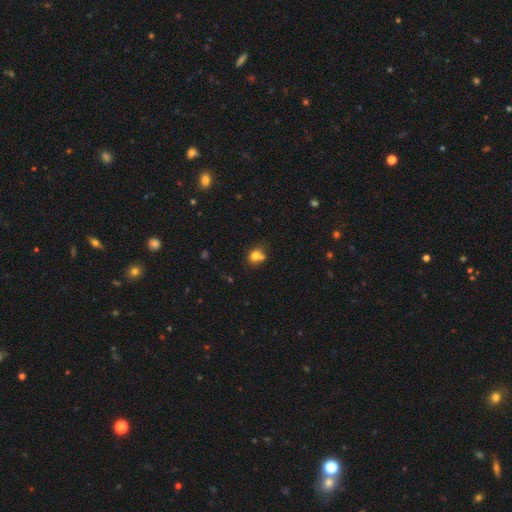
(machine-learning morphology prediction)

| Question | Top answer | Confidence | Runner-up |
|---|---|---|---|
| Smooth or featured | smooth | 75% | featured or disk (12%) |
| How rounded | round | 71% | in between (28%) |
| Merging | none | 45% | merger (38%) |